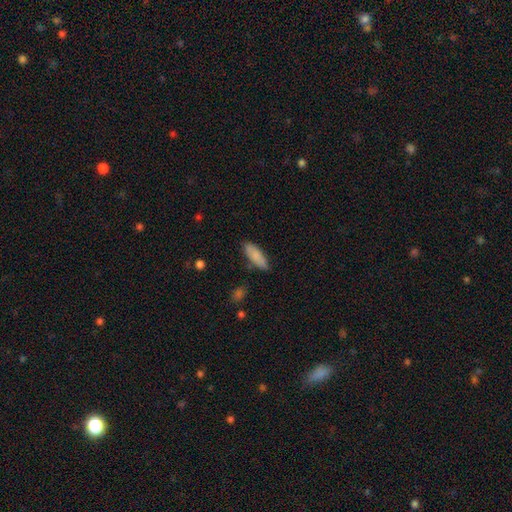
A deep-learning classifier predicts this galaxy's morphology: Q: Smooth or featured?
A: smooth (86%); runner-up: featured or disk (8%)
Q: How rounded?
A: in between (63%); runner-up: cigar-shaped (35%)
Q: Merging?
A: none (81%); runner-up: minor disturbance (13%)